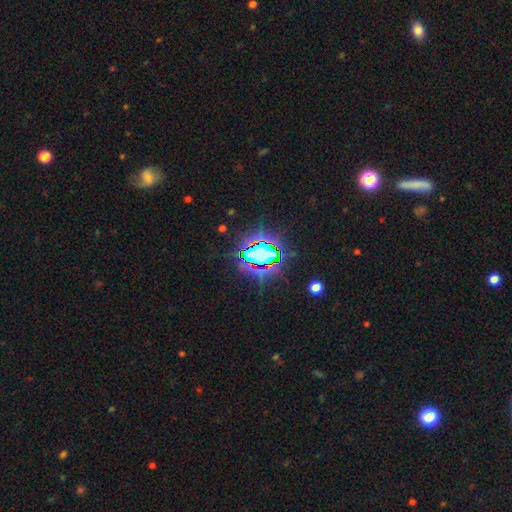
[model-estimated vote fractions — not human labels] A star or artifact, not a galaxy (69%).